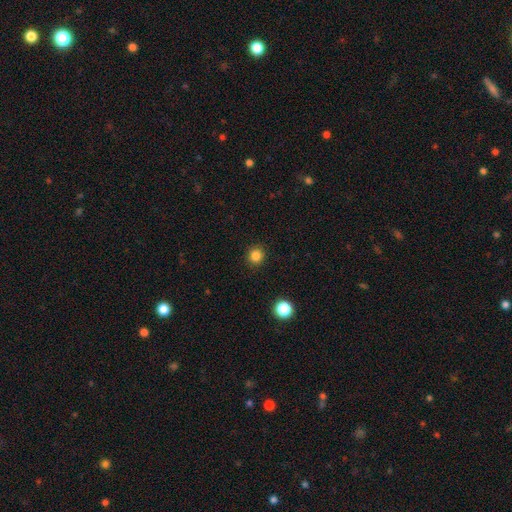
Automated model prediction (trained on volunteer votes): Smooth or featured? Predicted: smooth (p=0.83). How rounded? Predicted: round (p=0.92). Merging? Predicted: none (p=0.91).